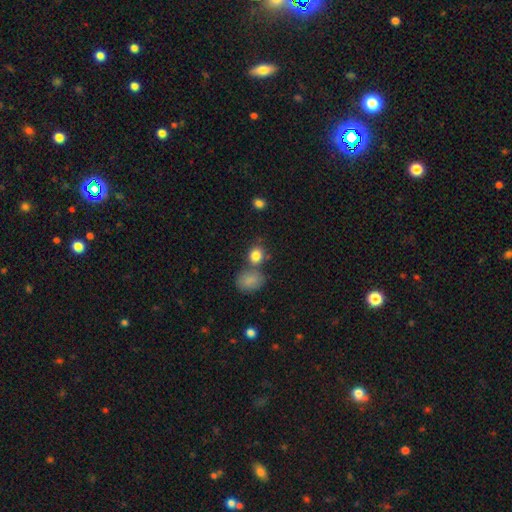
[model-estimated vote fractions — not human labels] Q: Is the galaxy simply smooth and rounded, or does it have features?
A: smooth — 85%.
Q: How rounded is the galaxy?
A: round — 70%.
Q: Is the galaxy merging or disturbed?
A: none — 59%.